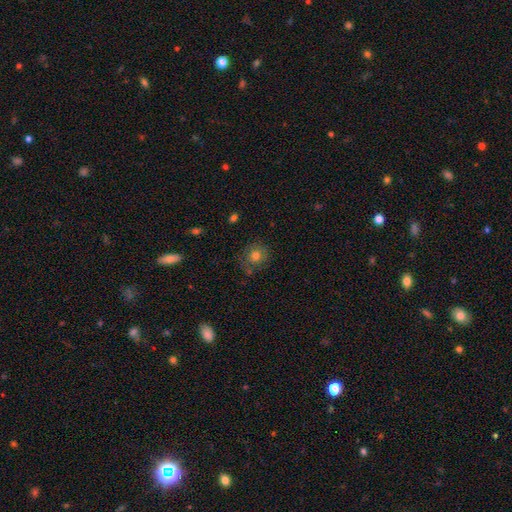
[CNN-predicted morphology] Smooth or featured? smooth (75%)
How rounded? round (85%)
Merging? none (74%)